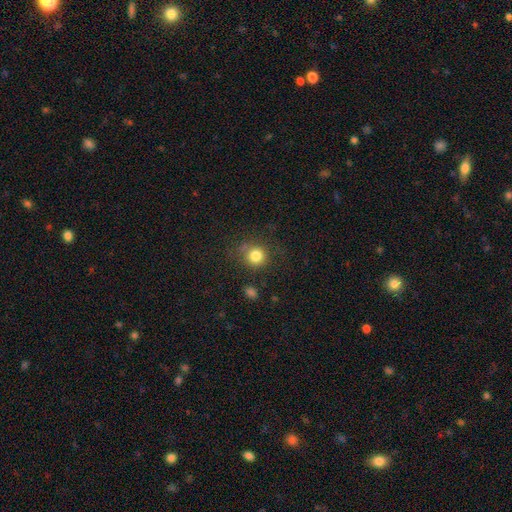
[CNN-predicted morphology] Smooth or featured?
  - smooth: 82% *
  - star or artifact: 11%
  - featured or disk: 6%
How rounded?
  - round: 89% *
  - in between: 10%
  - cigar-shaped: 1%
Merging?
  - none: 76% *
  - minor disturbance: 14%
  - major disturbance: 6%
  - merger: 4%